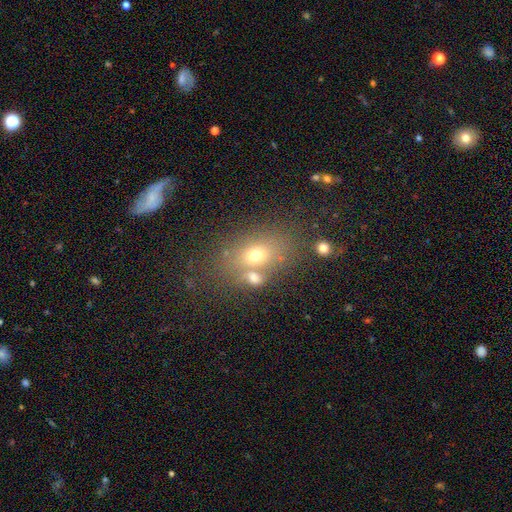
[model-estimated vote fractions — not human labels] Morphology: type=smooth (64%); roundness=in between (74%); merging=none (54%).